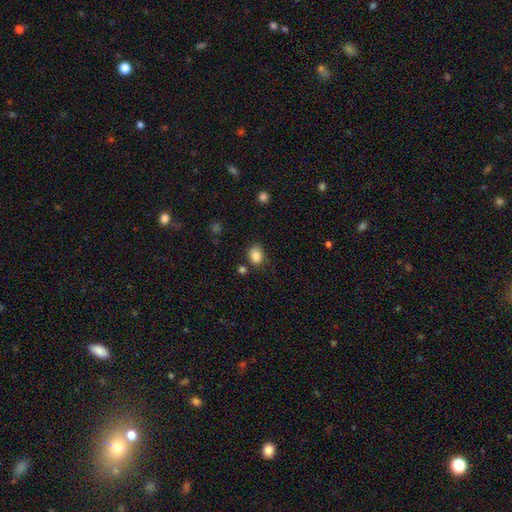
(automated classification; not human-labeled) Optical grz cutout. It shows a smooth galaxy with no disk features (85%) that is in between round and cigar-shaped (54%). Merging: none (76%).